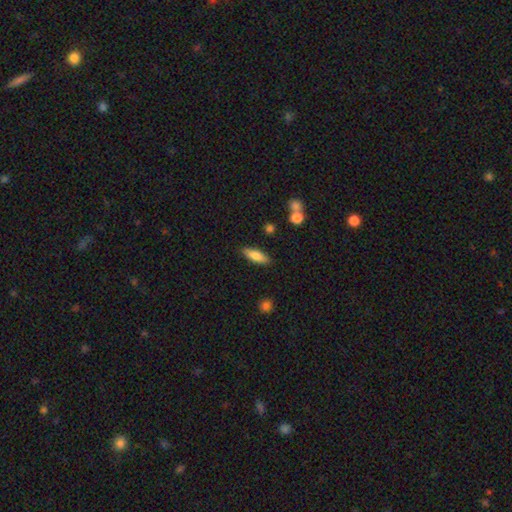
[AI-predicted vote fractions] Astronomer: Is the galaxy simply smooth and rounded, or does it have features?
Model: smooth — 74%.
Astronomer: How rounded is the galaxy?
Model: in between — 52% (runner-up: cigar-shaped, 45%).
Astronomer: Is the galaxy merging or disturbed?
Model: none — 85%.